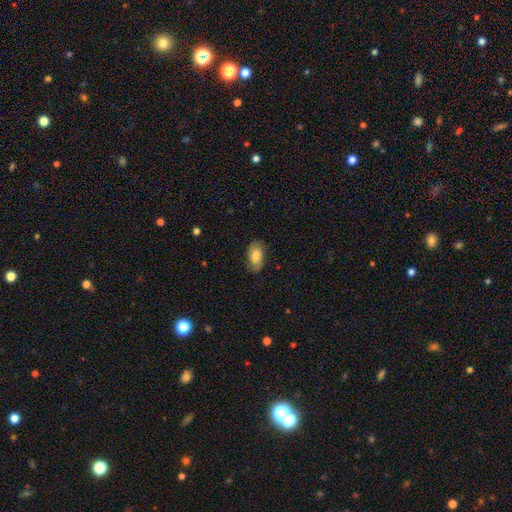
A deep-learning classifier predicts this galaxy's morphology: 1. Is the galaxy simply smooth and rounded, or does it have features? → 72% smooth, 21% featured or disk, 7% star or artifact.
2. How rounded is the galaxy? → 92% in between, 6% round, 2% cigar-shaped.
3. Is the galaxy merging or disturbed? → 78% none, 16% minor disturbance, 5% major disturbance, 1% merger.